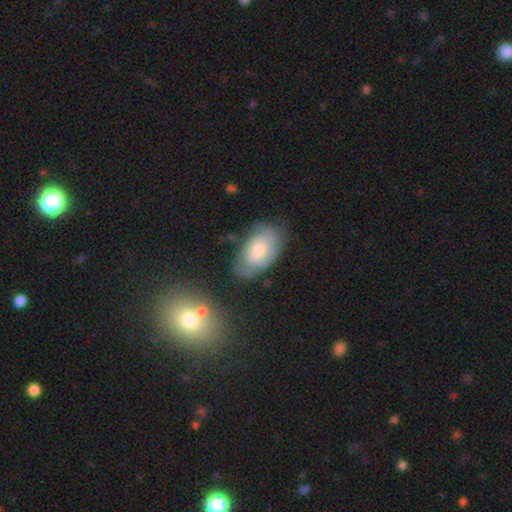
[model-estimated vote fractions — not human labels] This is likely a smooth galaxy (64%). How rounded: clearly in between (93%). Merging: likely none (61%).